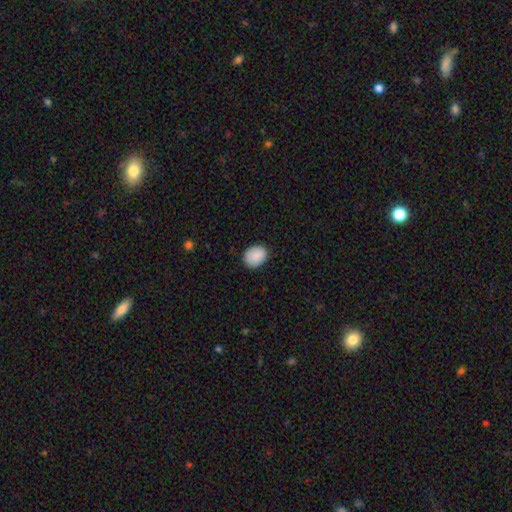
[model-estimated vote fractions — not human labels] Q: Smooth or featured?
A: smooth (89%); runner-up: star or artifact (7%)
Q: How rounded?
A: in between (55%); runner-up: round (44%)
Q: Merging?
A: none (87%); runner-up: minor disturbance (10%)